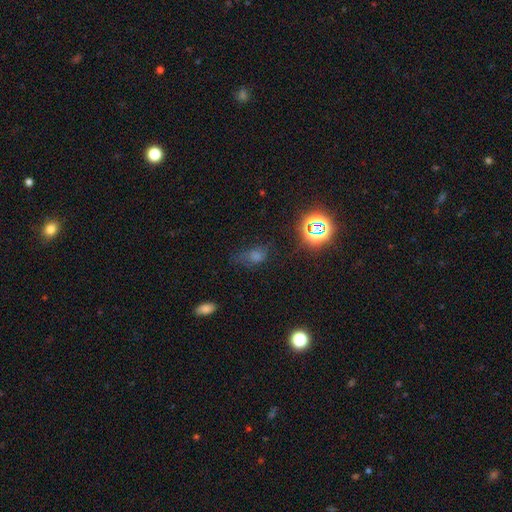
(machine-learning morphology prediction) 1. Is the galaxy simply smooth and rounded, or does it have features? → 49% smooth, 38% star or artifact, 13% featured or disk.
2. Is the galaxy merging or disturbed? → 53% none, 27% minor disturbance, 17% major disturbance, 4% merger.